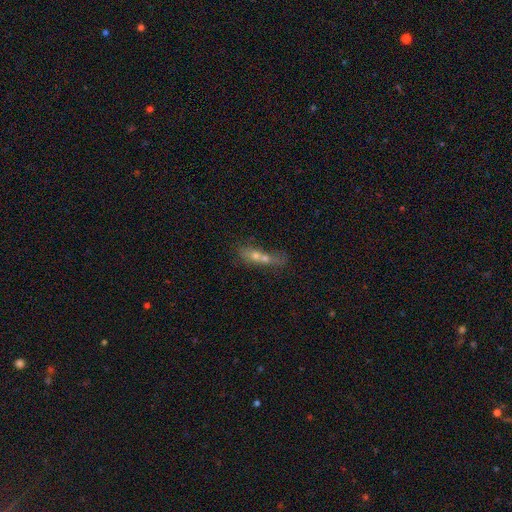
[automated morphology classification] The model was most divided on "smooth or featured": smooth: 44%, featured or disk: 37%, star or artifact: 20%. Remaining: merging — none (40%).